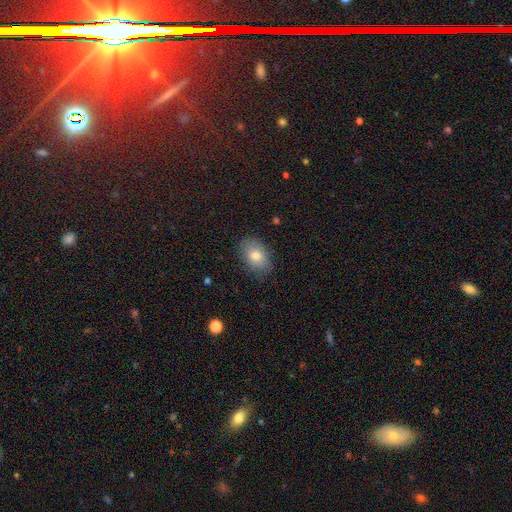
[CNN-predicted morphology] This appears to be a smooth galaxy with no disk features (78%) that is in between round and cigar-shaped (82%). Merging: none (84%).